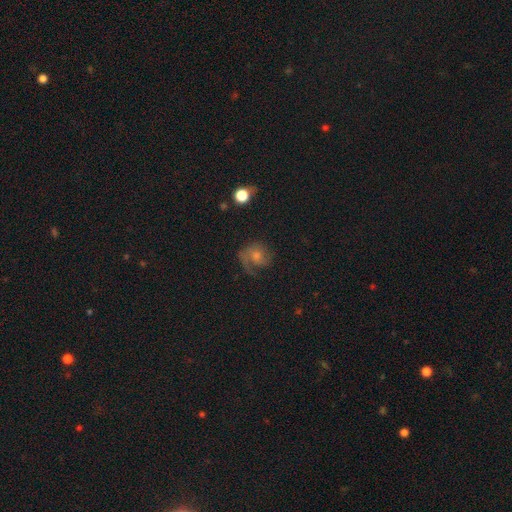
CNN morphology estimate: smooth_or_featured: featured or disk (p=0.52) [alt: smooth p=0.37]
disk_edge_on: no (p=0.98) [alt: yes p=0.02]
bar: no (p=0.72) [alt: weak p=0.24]
has_spiral_arms: yes (p=0.82) [alt: no p=0.18]
bulge_size: moderate (p=0.37) [alt: small p=0.35]
merging: none (p=0.45) [alt: major disturbance p=0.31]